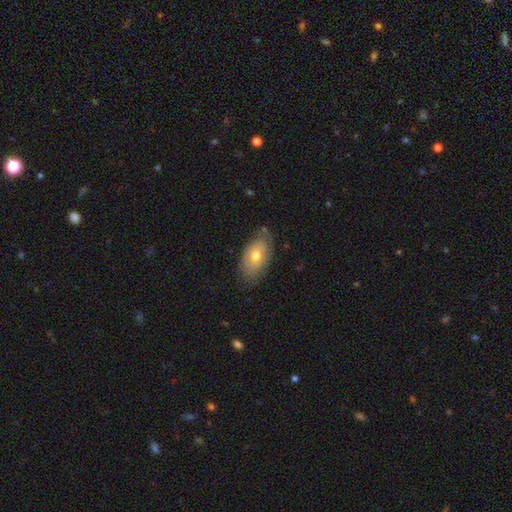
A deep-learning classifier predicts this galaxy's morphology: A smooth galaxy with no disk features (54%) that is in between round and cigar-shaped (92%). Merging: none (70%).